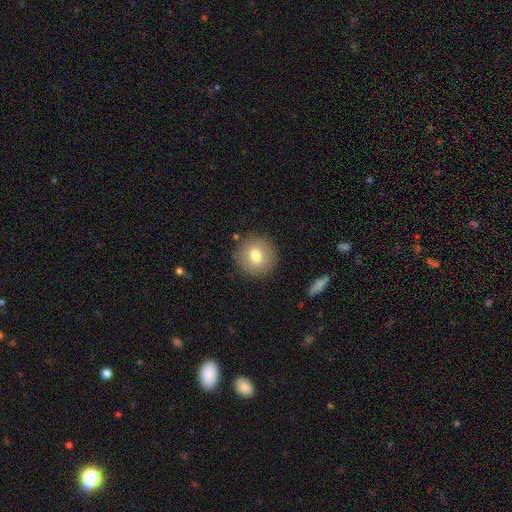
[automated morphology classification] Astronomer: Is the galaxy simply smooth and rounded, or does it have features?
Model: smooth — 76%.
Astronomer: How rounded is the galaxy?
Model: round — 92%.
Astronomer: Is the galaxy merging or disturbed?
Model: none — 88%.